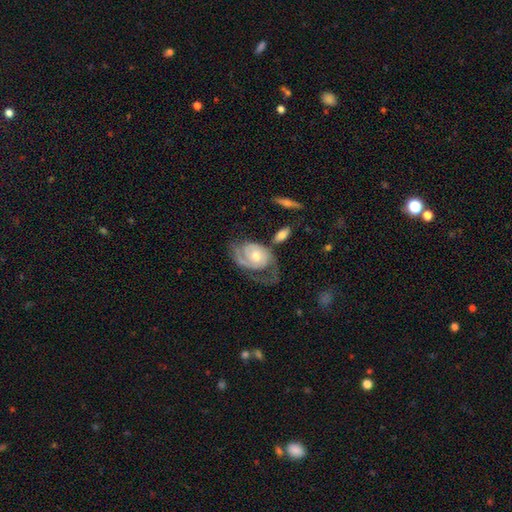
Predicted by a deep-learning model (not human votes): A featured or disk galaxy (80%) with no bar (70%), 2 (55%) tight (43%) spiral arms (93%) and a moderate central bulge (58%). Merging: none (39%).